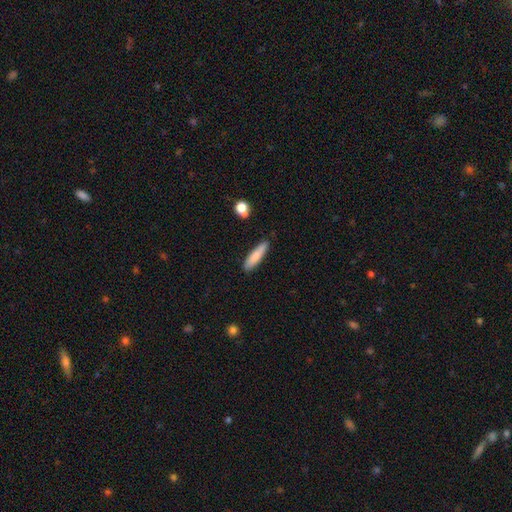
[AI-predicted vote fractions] smooth-or-featured: smooth: 80% | featured or disk: 14% | star or artifact: 6%
  how-rounded: cigar-shaped: 80% | in between: 19% | round: 2%
  merging: none: 84% | minor disturbance: 12% | merger: 2% | major disturbance: 2%